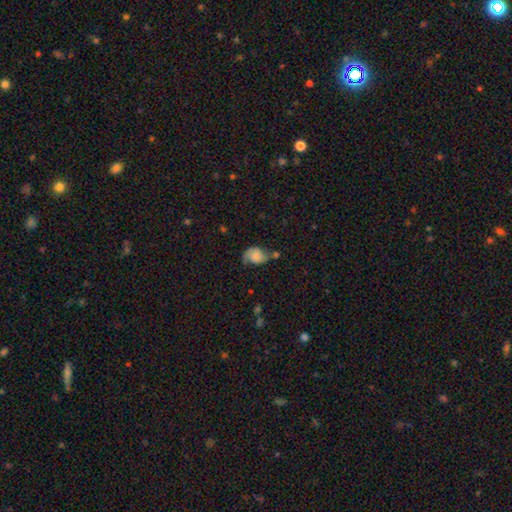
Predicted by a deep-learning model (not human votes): A featured or disk galaxy (49%).

Vote fractions:
- Smooth or featured? featured or disk: 49% / smooth: 41% / star or artifact: 10%
- Merging? none: 42% / minor disturbance: 31% / major disturbance: 17% / merger: 10%